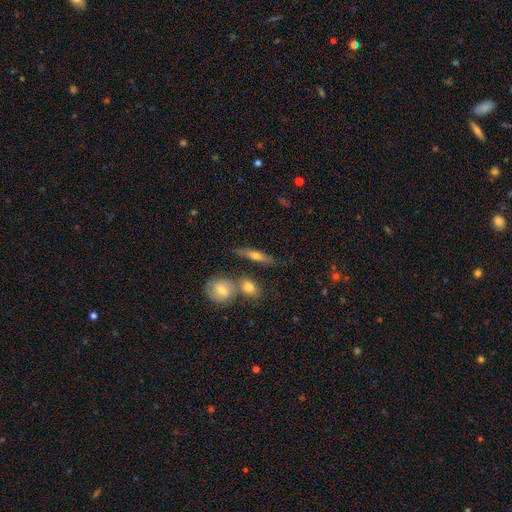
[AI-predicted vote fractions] Q: Smooth or featured?
A: smooth (57%); runner-up: featured or disk (35%)
Q: How rounded?
A: cigar-shaped (67%); runner-up: in between (27%)
Q: Merging?
A: none (71%); runner-up: merger (15%)